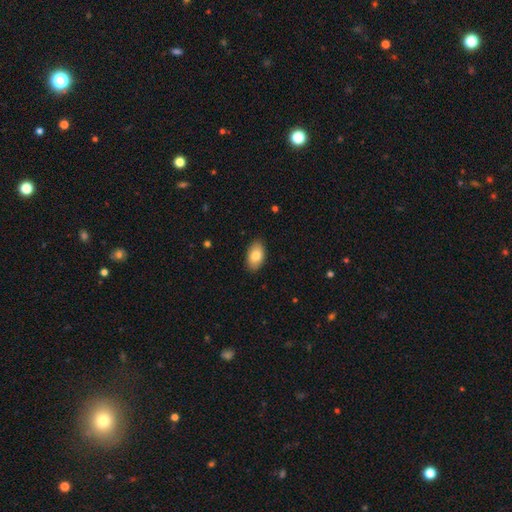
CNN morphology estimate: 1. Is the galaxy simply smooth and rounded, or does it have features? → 83% smooth, 11% featured or disk, 6% star or artifact.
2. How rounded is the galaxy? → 93% in between, 5% round, 2% cigar-shaped.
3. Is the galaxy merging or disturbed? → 88% none, 9% minor disturbance, 2% major disturbance, 1% merger.